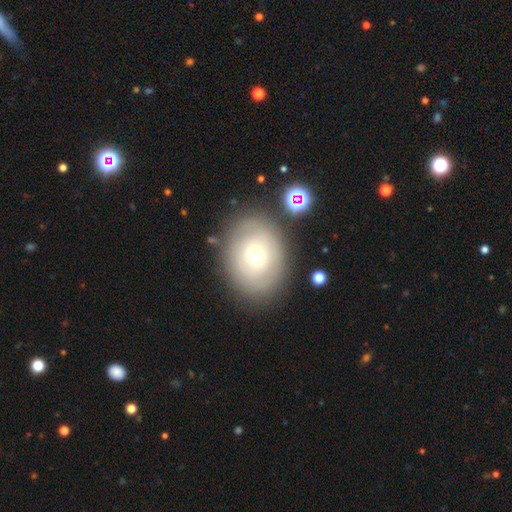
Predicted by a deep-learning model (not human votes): Overall: smooth (58%; featured or disk 31%). How rounded: in between (52%; round 47%). Merging: none (77%).